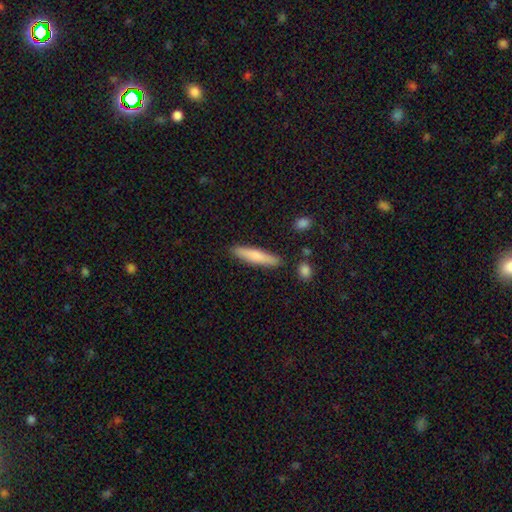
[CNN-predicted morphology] Q: Smooth or featured?
A: smooth (75%); runner-up: featured or disk (20%)
Q: How rounded?
A: cigar-shaped (88%); runner-up: in between (11%)
Q: Merging?
A: none (87%); runner-up: minor disturbance (9%)